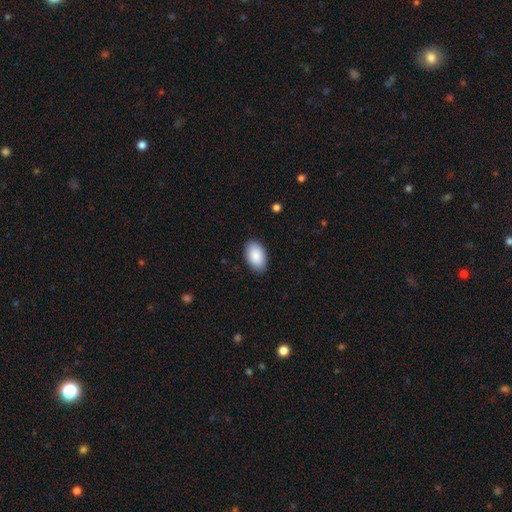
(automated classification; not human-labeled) Q: Smooth or featured?
A: smooth (90%); runner-up: star or artifact (6%)
Q: How rounded?
A: in between (94%); runner-up: round (5%)
Q: Merging?
A: none (87%); runner-up: minor disturbance (10%)